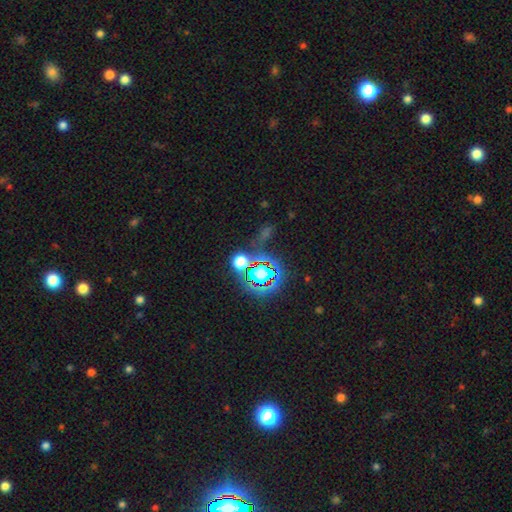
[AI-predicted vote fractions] This appears to be a star or artifact, not a galaxy (79%).